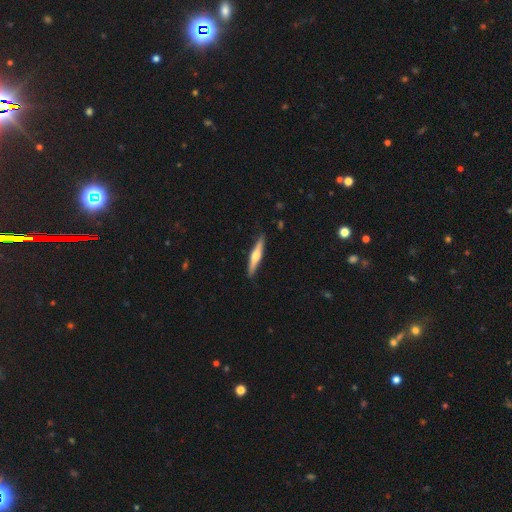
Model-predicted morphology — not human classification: Overall: featured or disk (56%; smooth 39%). Edge-on disk: yes (96%). Edge-on bulge: rounded (88%). Merging: none (88%).